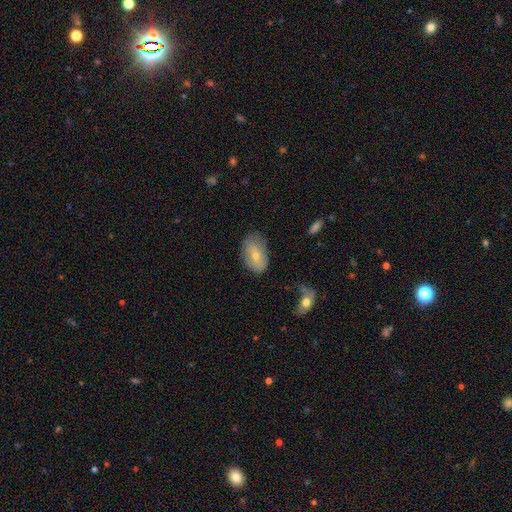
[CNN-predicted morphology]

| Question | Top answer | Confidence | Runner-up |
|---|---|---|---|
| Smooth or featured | smooth | 65% | featured or disk (28%) |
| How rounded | in between | 89% | round (10%) |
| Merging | none | 67% | minor disturbance (24%) |